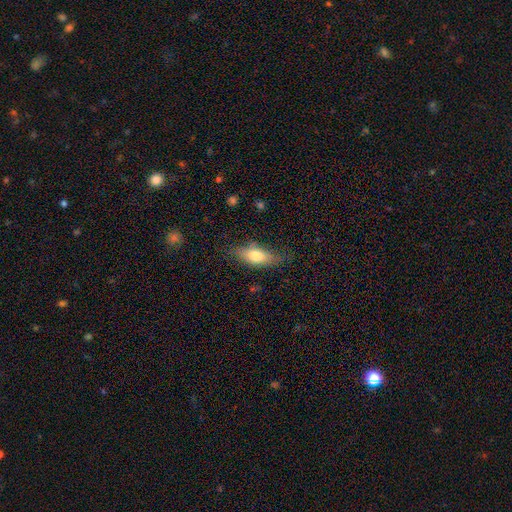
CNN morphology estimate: Overall: smooth (68%). How rounded: in between (75%). Merging: none (67%).